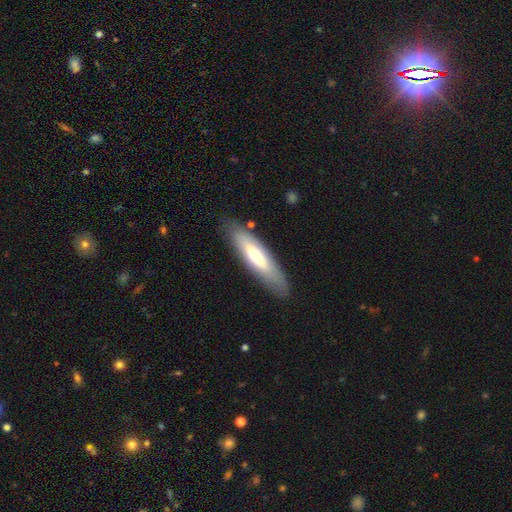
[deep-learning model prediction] This is possibly a smooth galaxy (56%). How rounded: likely cigar-shaped (64%). Merging: clearly none (83%).